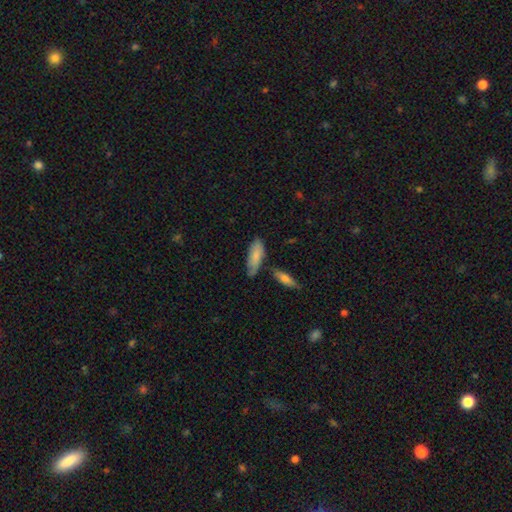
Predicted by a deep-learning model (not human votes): Overall: smooth (83%). How rounded: in between (71%). Merging: none (64%).